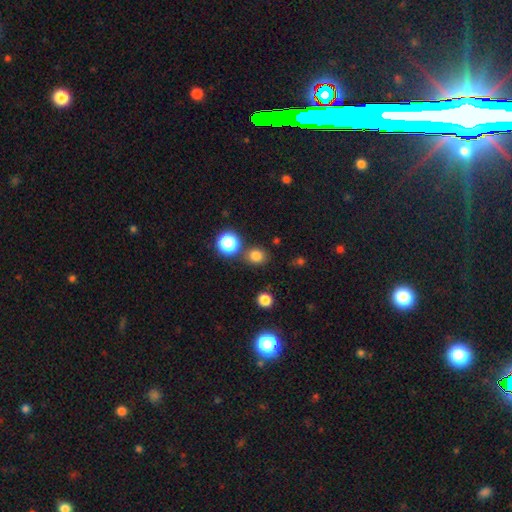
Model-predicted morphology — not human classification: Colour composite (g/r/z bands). It shows a smooth galaxy with no disk features (79%) that is round (78%). Merging: none (76%).